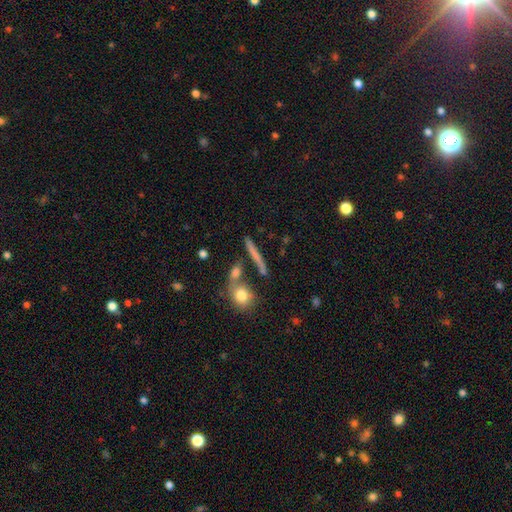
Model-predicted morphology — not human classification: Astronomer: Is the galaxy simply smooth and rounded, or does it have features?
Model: smooth — 50% (runner-up: featured or disk, 39%).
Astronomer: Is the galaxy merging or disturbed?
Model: none — 73%.